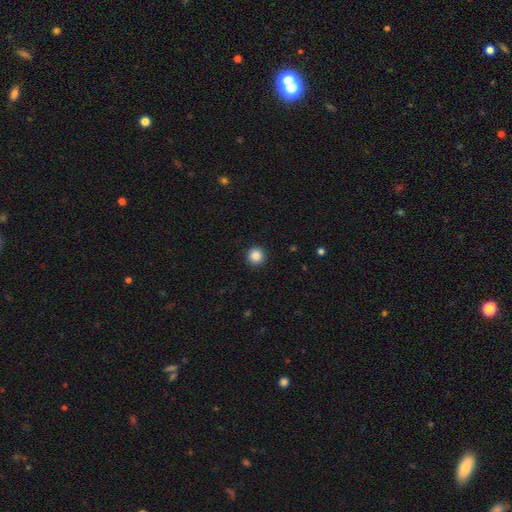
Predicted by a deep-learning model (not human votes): A smooth galaxy with no disk features (87%) that is round (96%).

Vote fractions:
- Smooth or featured? smooth: 87% / star or artifact: 10% / featured or disk: 3%
- How rounded? round: 96% / in between: 3% / cigar-shaped: 1%
- Merging? none: 93% / minor disturbance: 5% / major disturbance: 2% / merger: 1%